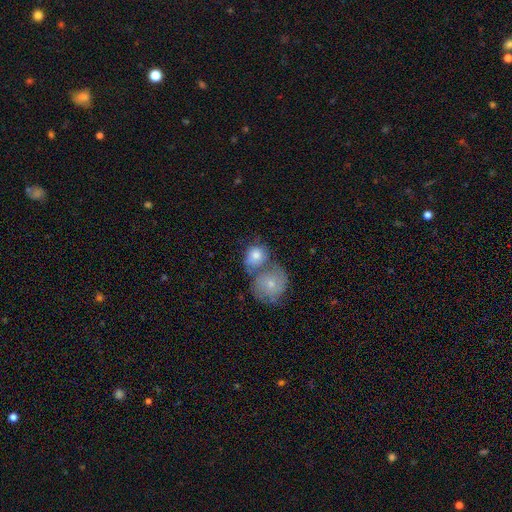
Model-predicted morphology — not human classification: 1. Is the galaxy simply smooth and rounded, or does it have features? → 67% smooth, 25% featured or disk, 8% star or artifact.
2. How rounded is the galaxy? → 73% round, 26% in between, 1% cigar-shaped.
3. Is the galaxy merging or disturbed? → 52% merger, 32% none, 11% minor disturbance, 5% major disturbance.